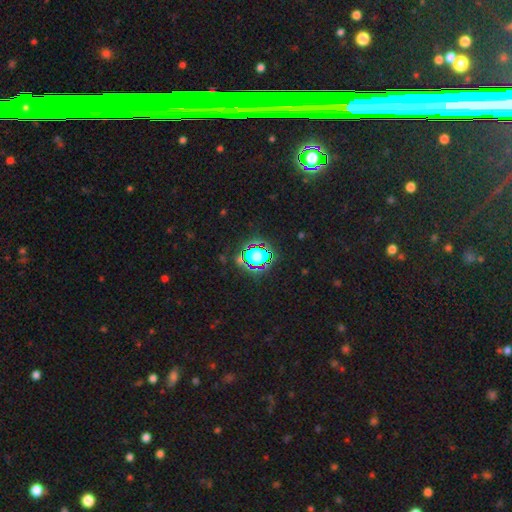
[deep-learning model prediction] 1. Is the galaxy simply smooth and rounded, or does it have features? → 56% star or artifact, 32% smooth, 12% featured or disk.